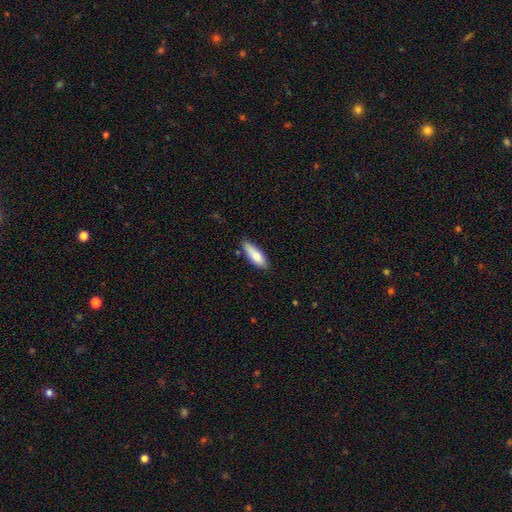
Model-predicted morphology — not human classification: A smooth galaxy with no disk features (80%) that is in between round and cigar-shaped (60%).

Vote fractions:
- Smooth or featured? smooth: 80% / featured or disk: 14% / star or artifact: 6%
- How rounded? in between: 60% / cigar-shaped: 39% / round: 2%
- Merging? none: 74% / minor disturbance: 20% / major disturbance: 3% / merger: 3%